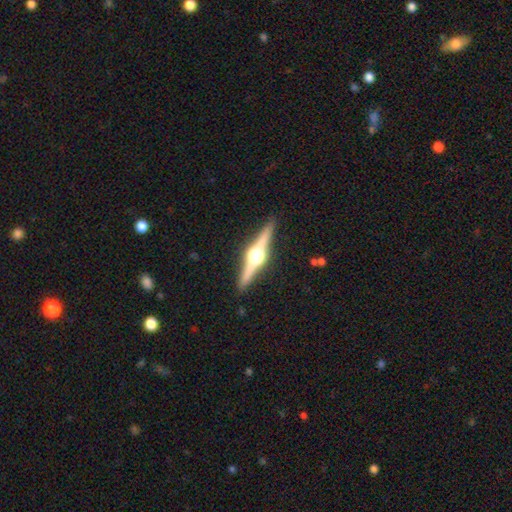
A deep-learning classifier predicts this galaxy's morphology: smooth-or-featured: featured or disk: 84% | smooth: 11% | star or artifact: 5%
  disk-edge-on: yes: 98% | no: 2%
    edge-on-bulge: rounded: 96% | boxy: 3% | none: 1%
  merging: none: 91% | minor disturbance: 6% | major disturbance: 2% | merger: 1%